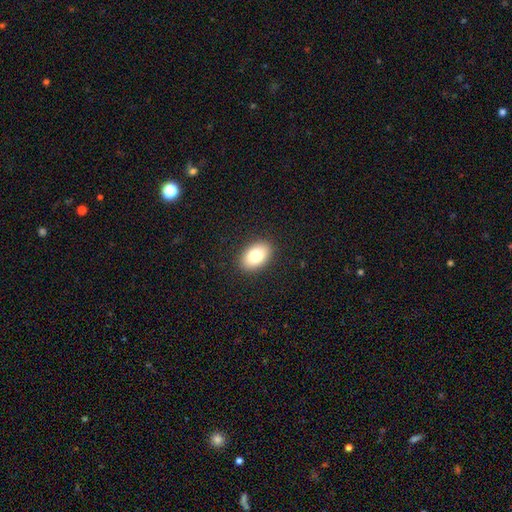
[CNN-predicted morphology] Smooth or featured? smooth (81%)
How rounded? in between (89%)
Merging? none (89%)